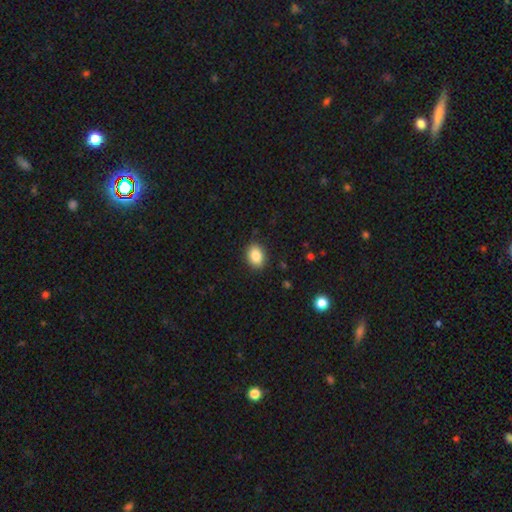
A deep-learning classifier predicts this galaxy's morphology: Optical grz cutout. It shows a smooth galaxy with no disk features (86%) that is in between round and cigar-shaped (73%). Merging: none (88%).